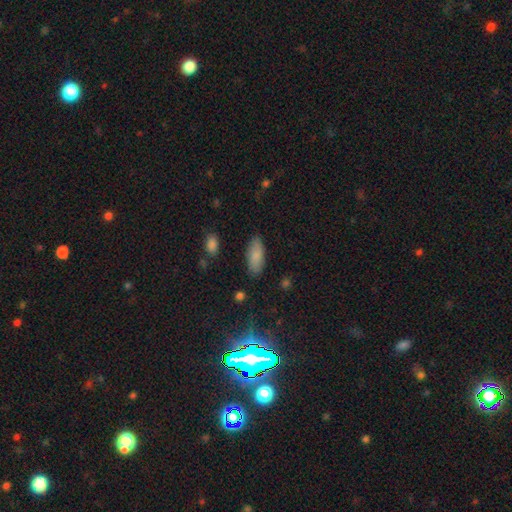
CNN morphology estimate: smooth-or-featured: smooth: 84% | featured or disk: 9% | star or artifact: 7%
  how-rounded: in between: 83% | cigar-shaped: 15% | round: 2%
  merging: none: 85% | minor disturbance: 11% | major disturbance: 3% | merger: 1%